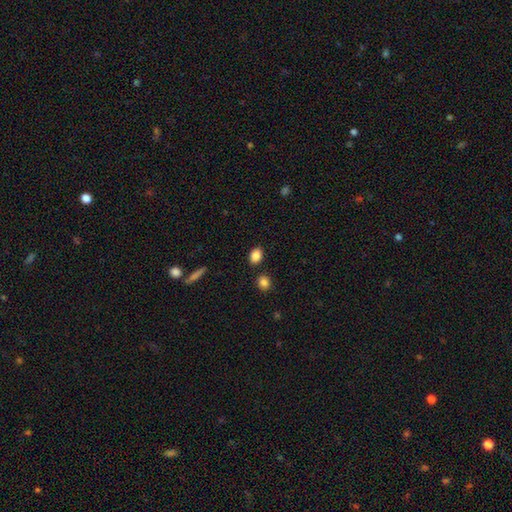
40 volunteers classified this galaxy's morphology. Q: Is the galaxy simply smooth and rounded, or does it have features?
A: smooth — 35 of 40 (88%).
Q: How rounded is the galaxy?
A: in between — 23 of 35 (66%).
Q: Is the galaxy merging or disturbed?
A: none — 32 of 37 (86%).